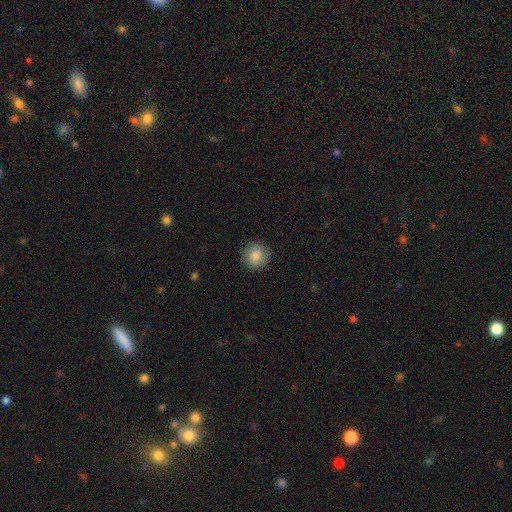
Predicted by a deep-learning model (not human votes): Morphology: type=smooth (84%); roundness=round (93%); merging=none (89%).